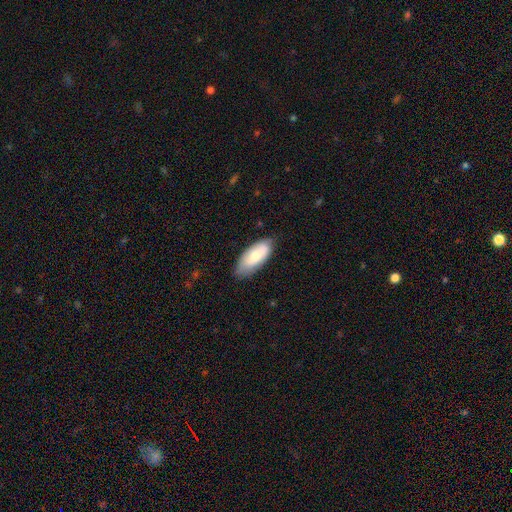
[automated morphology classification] The model was most divided on "smooth or featured": smooth: 71%, featured or disk: 23%, star or artifact: 6%. More confident: how rounded — in between (87%); merging — none (72%).